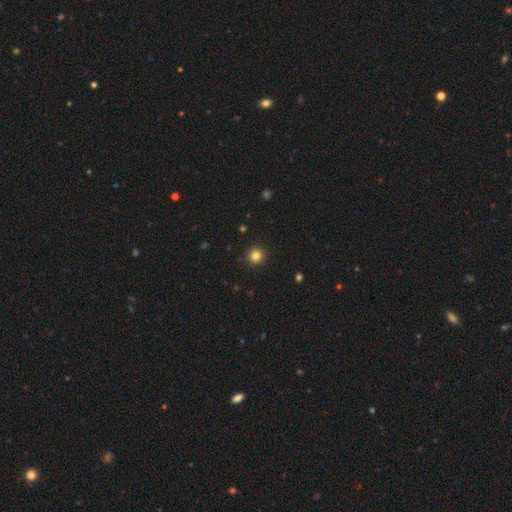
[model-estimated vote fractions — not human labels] smooth_or_featured: smooth (p=0.82) [alt: star or artifact p=0.13]
how_rounded: round (p=0.93) [alt: in between p=0.06]
merging: none (p=0.92) [alt: minor disturbance p=0.05]